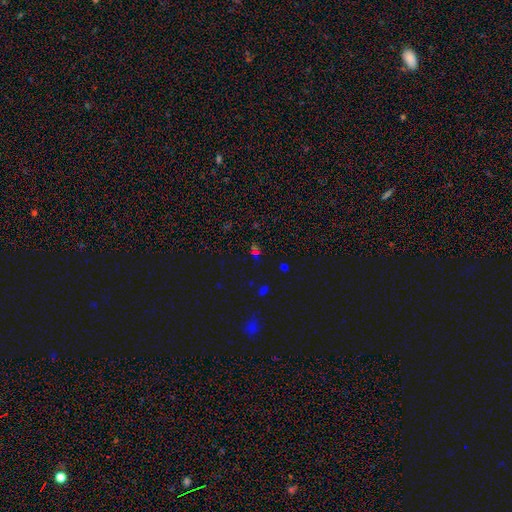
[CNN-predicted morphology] Q: Smooth or featured?
A: star or artifact (58%); runner-up: smooth (33%)